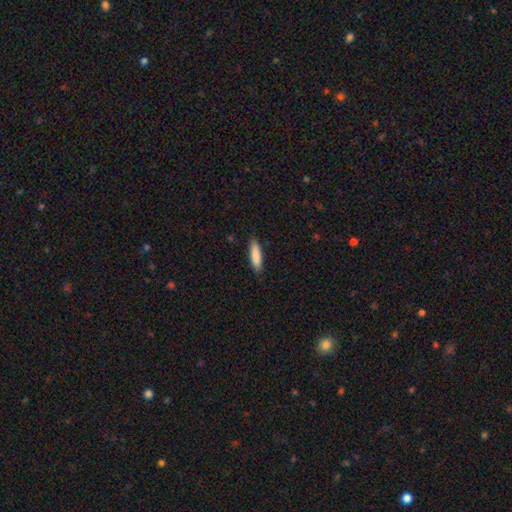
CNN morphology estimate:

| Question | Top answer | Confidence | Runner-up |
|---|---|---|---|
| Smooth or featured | smooth | 86% | featured or disk (8%) |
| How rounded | cigar-shaped | 70% | in between (29%) |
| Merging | none | 87% | minor disturbance (10%) |